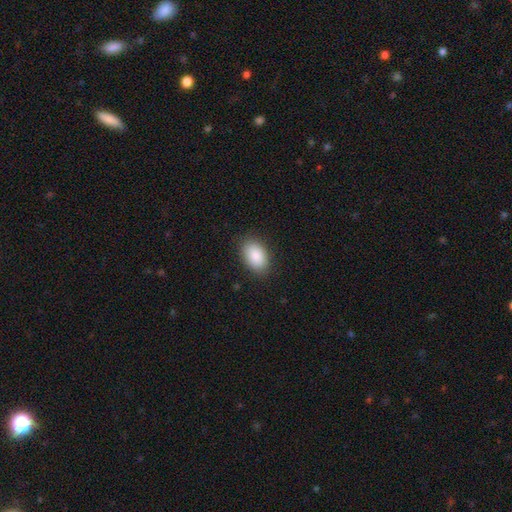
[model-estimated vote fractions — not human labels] smooth_or_featured: smooth (p=0.87) [alt: star or artifact p=0.07]
how_rounded: in between (p=0.90) [alt: round p=0.09]
merging: none (p=0.86) [alt: minor disturbance p=0.10]